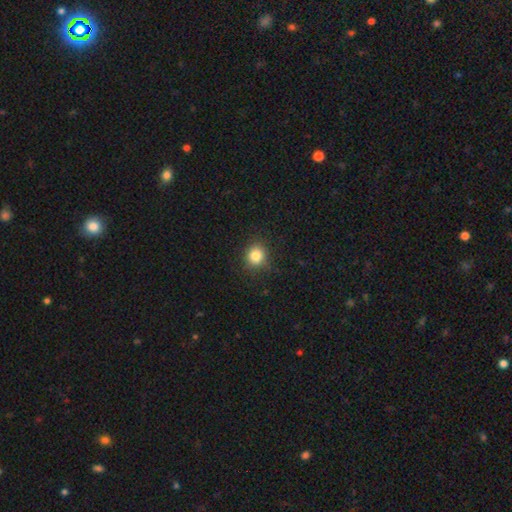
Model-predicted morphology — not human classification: Q: Smooth or featured?
A: smooth (83%); runner-up: star or artifact (12%)
Q: How rounded?
A: round (86%); runner-up: in between (13%)
Q: Merging?
A: none (88%); runner-up: minor disturbance (9%)